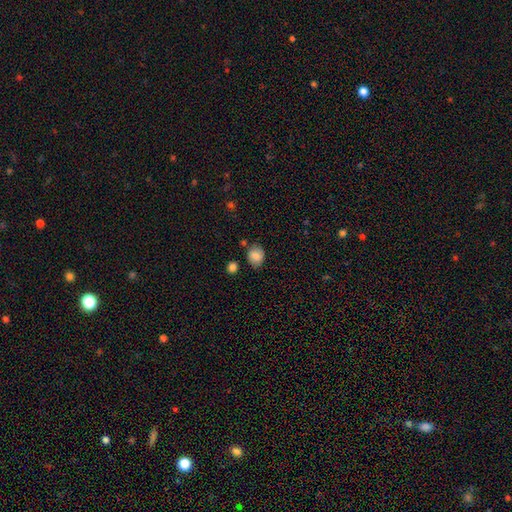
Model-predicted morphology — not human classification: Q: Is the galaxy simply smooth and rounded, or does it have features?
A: smooth — 83%.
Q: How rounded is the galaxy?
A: round — 55%.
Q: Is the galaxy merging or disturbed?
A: none — 76%.